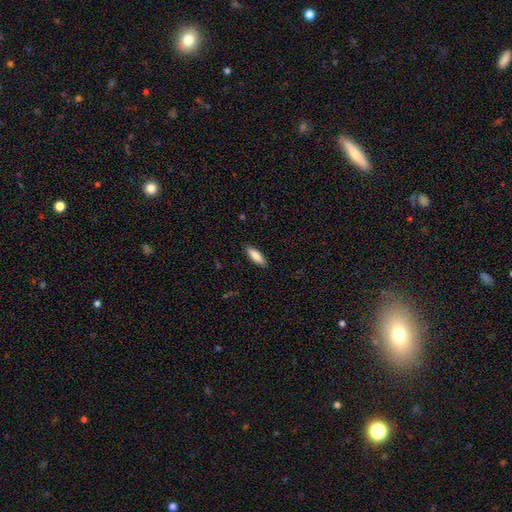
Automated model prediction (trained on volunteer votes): Overall: smooth (85%). How rounded: in between (53%; cigar-shaped 45%). Merging: none (88%).